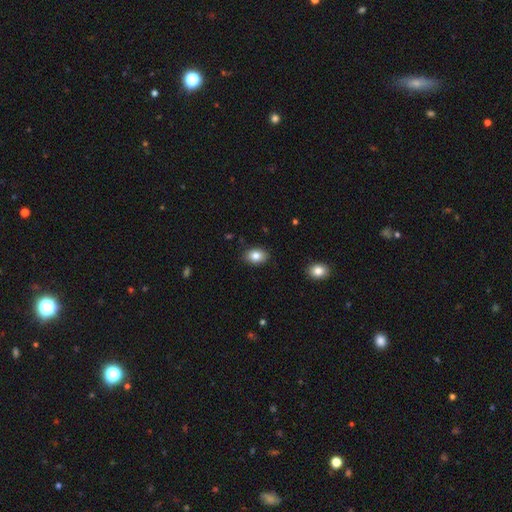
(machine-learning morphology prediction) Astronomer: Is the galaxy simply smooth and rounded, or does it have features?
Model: smooth — 83%.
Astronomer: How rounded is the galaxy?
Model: in between — 80%.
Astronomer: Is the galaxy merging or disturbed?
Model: none — 87%.